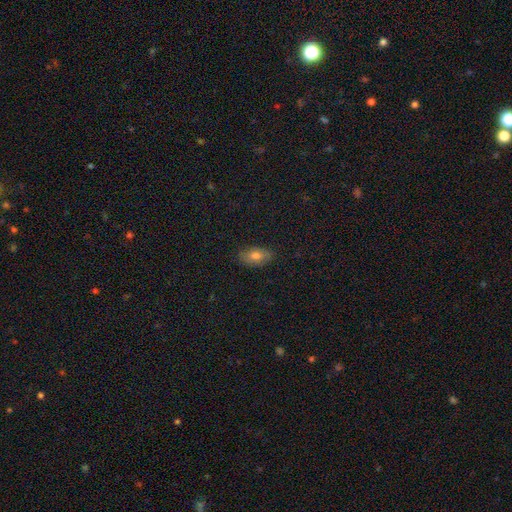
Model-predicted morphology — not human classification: Smooth or featured: smooth — 73% (featured or disk — 18%)
How rounded: in between — 91% (round — 5%)
Merging: none — 84% (minor disturbance — 12%)